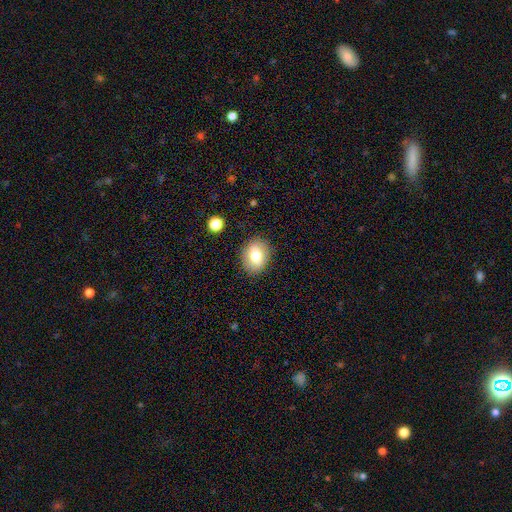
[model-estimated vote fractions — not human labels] smooth_or_featured: smooth (p=0.76) [alt: featured or disk p=0.15]
how_rounded: in between (p=0.60) [alt: round p=0.38]
merging: none (p=0.86) [alt: minor disturbance p=0.10]